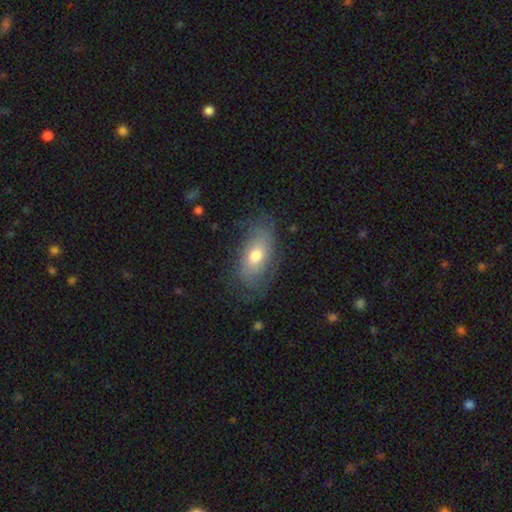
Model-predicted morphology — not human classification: Smooth or featured? Predicted: smooth (p=0.50). Merging? Predicted: none (p=0.65).